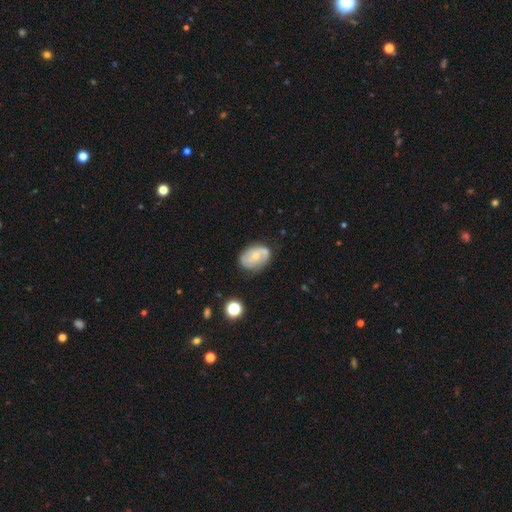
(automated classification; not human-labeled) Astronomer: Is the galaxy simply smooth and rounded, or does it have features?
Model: featured or disk — 58% (runner-up: smooth, 34%).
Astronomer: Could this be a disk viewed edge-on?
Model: no — 96%.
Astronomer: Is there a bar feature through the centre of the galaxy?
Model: no — 68%.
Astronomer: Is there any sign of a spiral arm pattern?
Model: yes — 80%.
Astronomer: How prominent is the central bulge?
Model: small — 58% (runner-up: moderate, 36%).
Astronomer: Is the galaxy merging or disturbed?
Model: none — 65%.